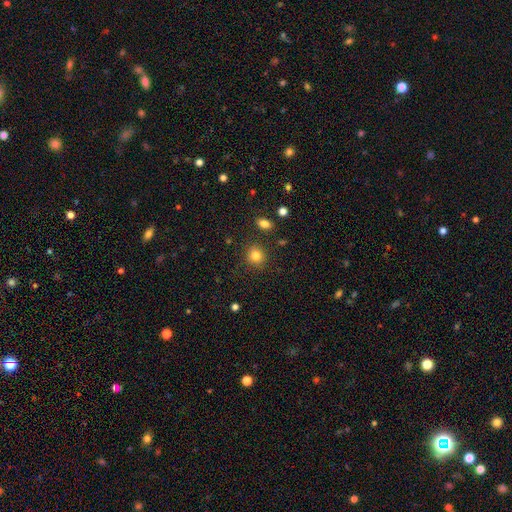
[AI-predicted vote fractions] Overall: smooth (82%). How rounded: round (82%). Merging: none (85%).